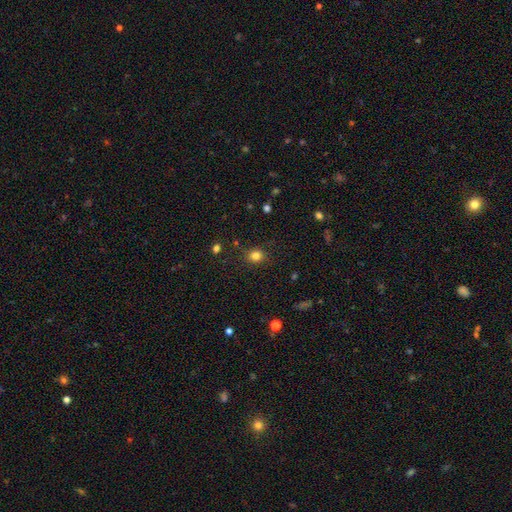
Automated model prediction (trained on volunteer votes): Overall: smooth (81%). How rounded: round (76%). Merging: none (85%).